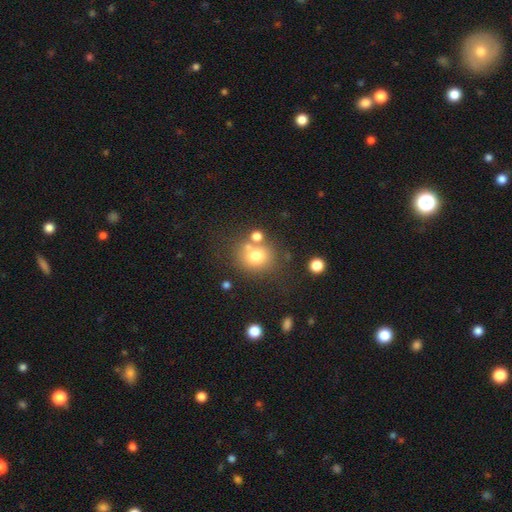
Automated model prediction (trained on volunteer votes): Smooth or featured? Predicted: smooth (p=0.73). How rounded? Predicted: round (p=0.75). Merging? Predicted: none (p=0.61).